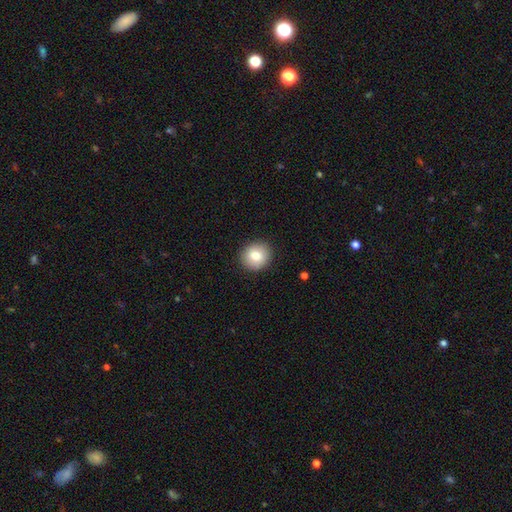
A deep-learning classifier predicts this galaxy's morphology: A smooth galaxy with no disk features (83%) that is round (87%). Merging: none (91%).